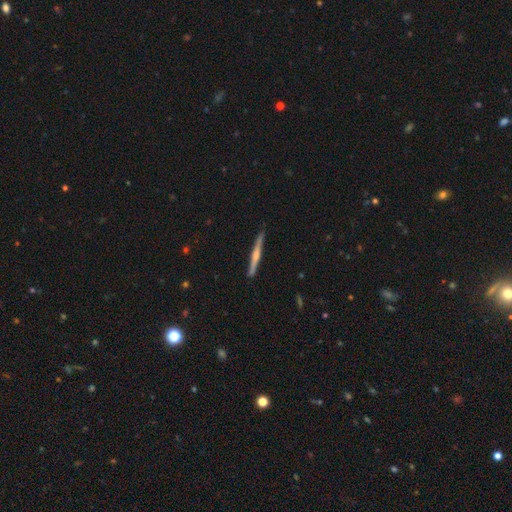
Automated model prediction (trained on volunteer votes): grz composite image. It shows a featured or disk galaxy (62%) viewed edge-on (98%) with a rounded central bulge (64%). Merging: none (89%).